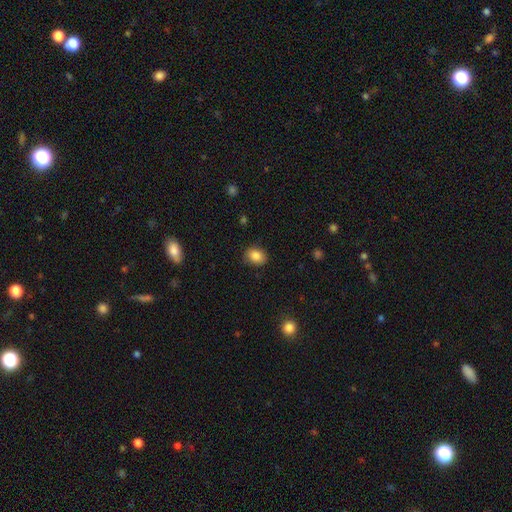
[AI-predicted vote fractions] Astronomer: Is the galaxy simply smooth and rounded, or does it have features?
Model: smooth — 86%.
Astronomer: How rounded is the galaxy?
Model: in between — 57% (runner-up: round, 42%).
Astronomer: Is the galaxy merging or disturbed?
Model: none — 84%.